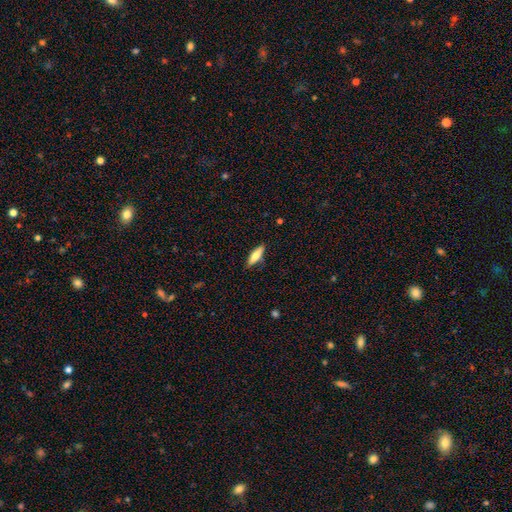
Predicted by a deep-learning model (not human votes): This is likely a smooth galaxy (70%). How rounded: possibly cigar-shaped (56%). Merging: clearly none (86%).